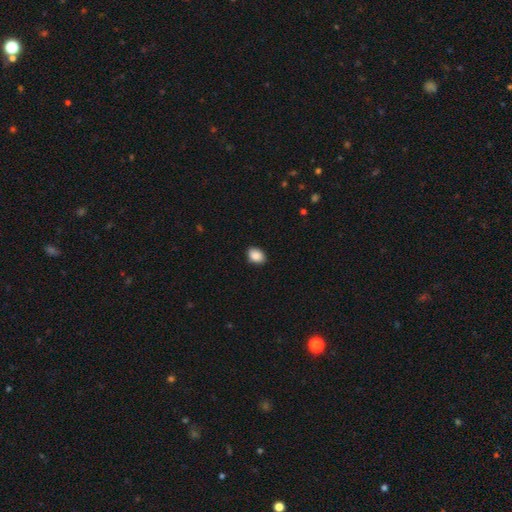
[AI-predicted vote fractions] A smooth galaxy with no disk features (90%) that is in between round and cigar-shaped (77%).

Vote fractions:
- Smooth or featured? smooth: 90% / star or artifact: 7% / featured or disk: 3%
- How rounded? in between: 77% / round: 22% / cigar-shaped: 1%
- Merging? none: 88% / minor disturbance: 9% / major disturbance: 2% / merger: 1%